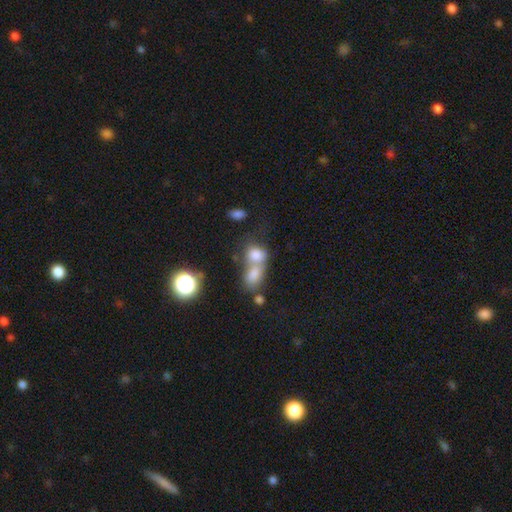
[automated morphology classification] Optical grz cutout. It shows a smooth galaxy with no disk features (77%) that is in between round and cigar-shaped (64%). Merging: merger (66%).